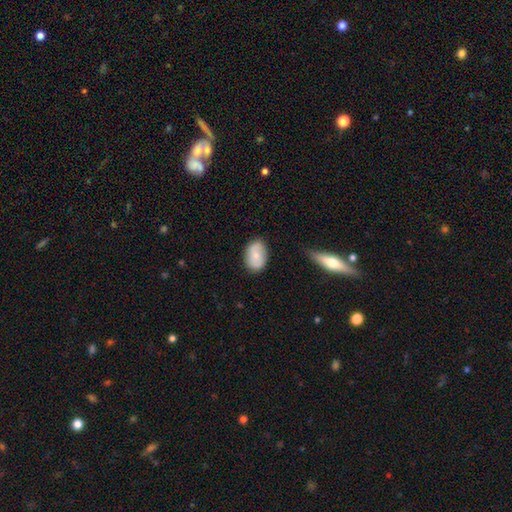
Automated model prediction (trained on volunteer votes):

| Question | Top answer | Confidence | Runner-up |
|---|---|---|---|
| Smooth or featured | smooth | 69% | featured or disk (25%) |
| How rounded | in between | 84% | round (15%) |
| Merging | none | 76% | minor disturbance (18%) |